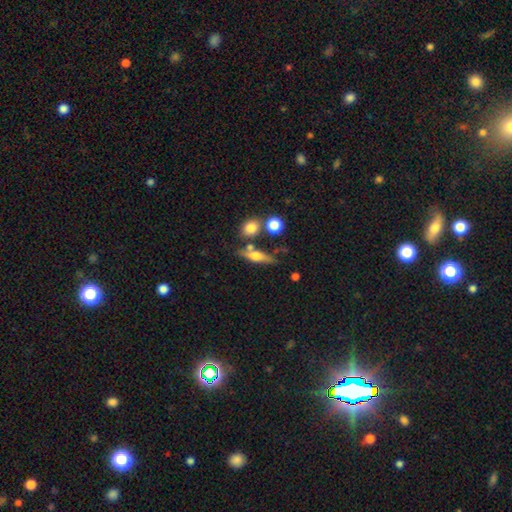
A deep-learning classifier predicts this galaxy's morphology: A smooth galaxy with no disk features (46%).

Vote fractions:
- Smooth or featured? smooth: 46% / featured or disk: 45% / star or artifact: 9%
- Merging? none: 65% / minor disturbance: 15% / merger: 15% / major disturbance: 5%